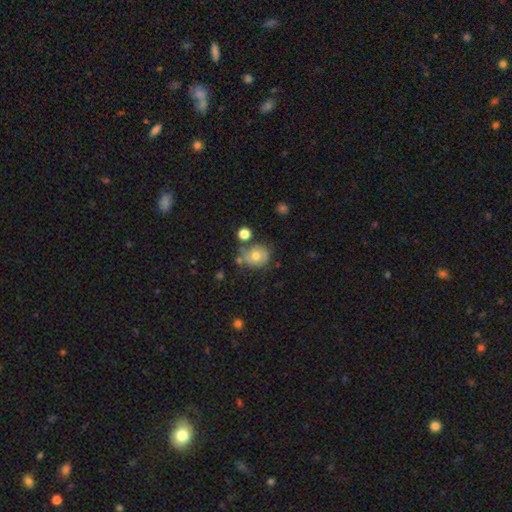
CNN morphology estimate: The model was most divided on "smooth or featured": smooth: 56%, featured or disk: 33%, star or artifact: 10%. More confident: how rounded — round (68%); merging — none (54%).